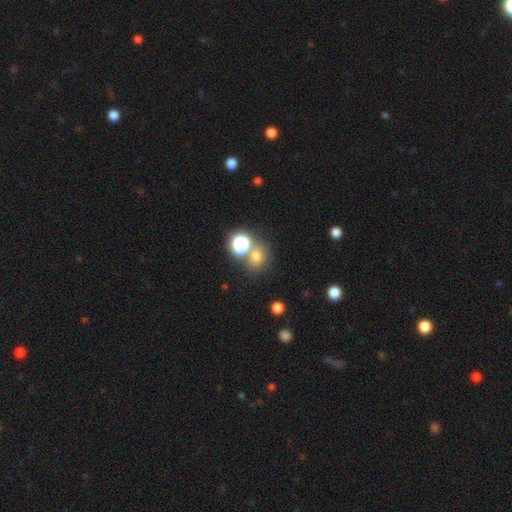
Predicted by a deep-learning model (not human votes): Q: Smooth or featured?
A: smooth (68%); runner-up: star or artifact (23%)
Q: How rounded?
A: round (73%); runner-up: in between (26%)
Q: Merging?
A: none (61%); runner-up: merger (24%)